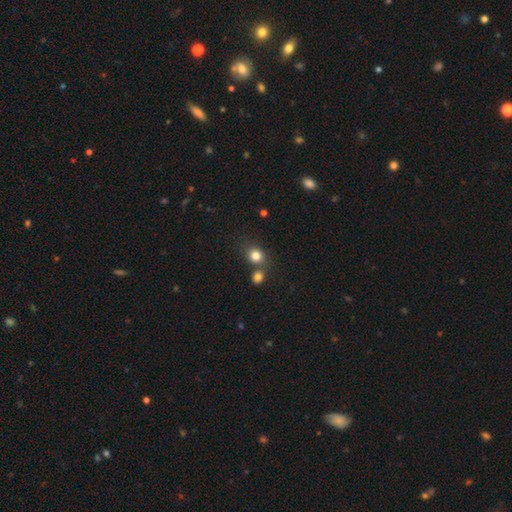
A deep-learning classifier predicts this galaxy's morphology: type=smooth (81%); roundness=round (69%); merging=none (59%).